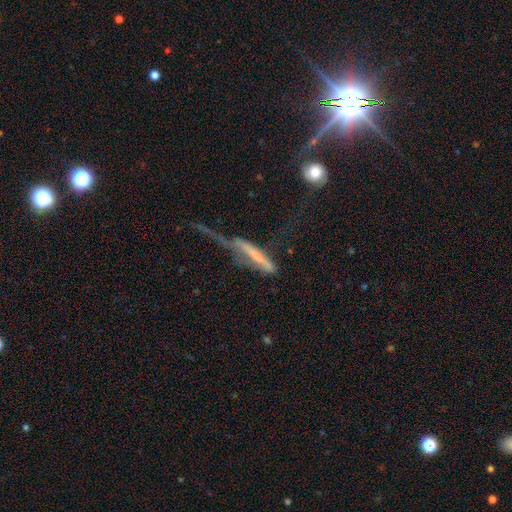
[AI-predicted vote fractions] This is possibly a smooth galaxy (45%, tied with featured or disk). Merging: possibly major disturbance (53%).